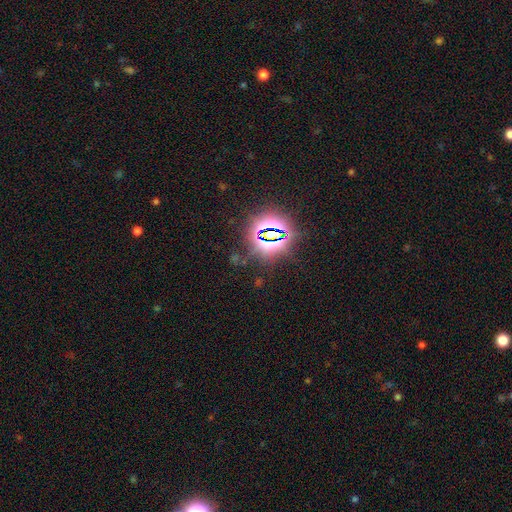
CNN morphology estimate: This appears to be a star or artifact, not a galaxy (83%).